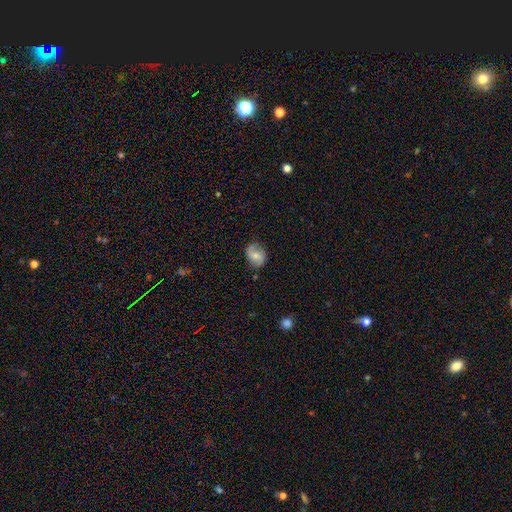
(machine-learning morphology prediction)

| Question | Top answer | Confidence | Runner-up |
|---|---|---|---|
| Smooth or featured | featured or disk | 50% | smooth (42%) |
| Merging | none | 75% | minor disturbance (19%) |